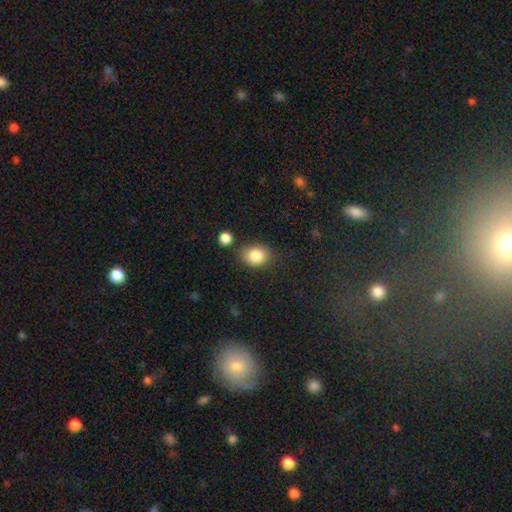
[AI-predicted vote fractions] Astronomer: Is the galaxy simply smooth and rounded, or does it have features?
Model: smooth — 85%.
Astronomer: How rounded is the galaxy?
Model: round — 51% (runner-up: in between, 48%).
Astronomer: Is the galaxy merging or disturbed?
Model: none — 76%.